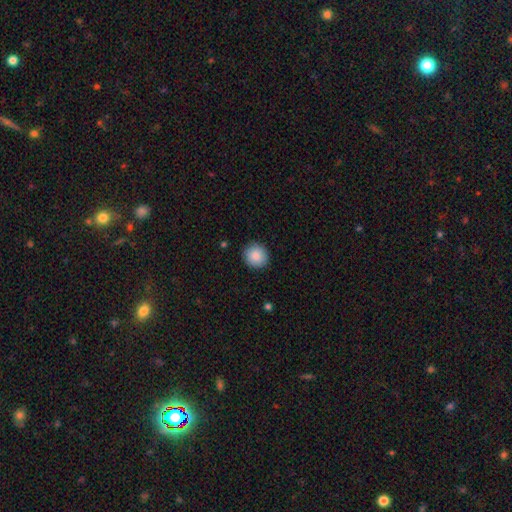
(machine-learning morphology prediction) Q: Smooth or featured?
A: smooth (88%); runner-up: star or artifact (7%)
Q: How rounded?
A: round (91%); runner-up: in between (8%)
Q: Merging?
A: none (91%); runner-up: minor disturbance (6%)